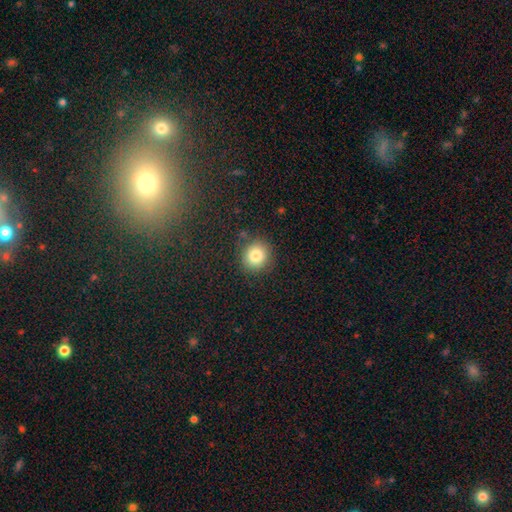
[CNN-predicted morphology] smooth-or-featured: smooth: 82% | star or artifact: 11% | featured or disk: 7%
  how-rounded: round: 85% | in between: 14% | cigar-shaped: 1%
  merging: none: 86% | minor disturbance: 9% | major disturbance: 3% | merger: 2%